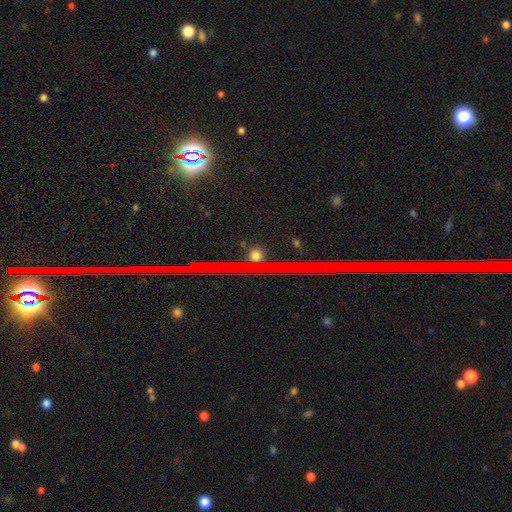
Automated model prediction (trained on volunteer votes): This appears to be a star or artifact, not a galaxy (65%).